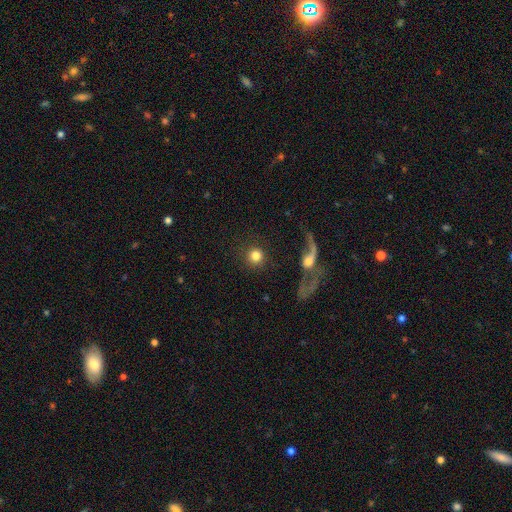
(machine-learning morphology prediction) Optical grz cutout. It shows a smooth galaxy with no disk features (80%) that is round (95%). Merging: none (81%).